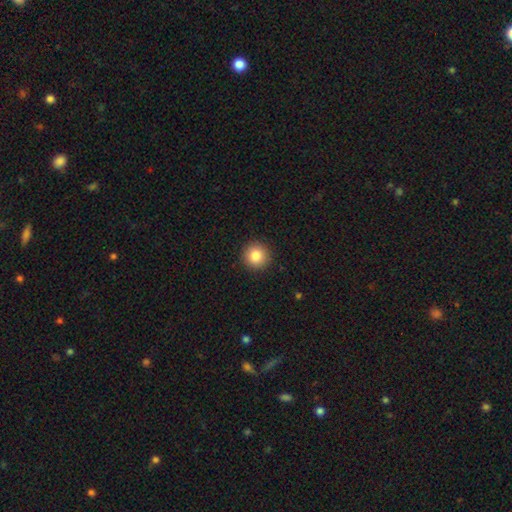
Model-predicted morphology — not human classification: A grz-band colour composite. It shows a smooth galaxy with no disk features (84%) that is round (95%). Merging: none (92%).